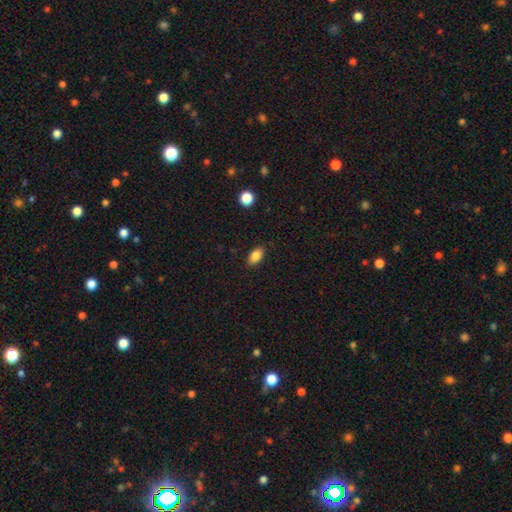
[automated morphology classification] Overall: smooth (86%). How rounded: in between (90%). Merging: none (87%).